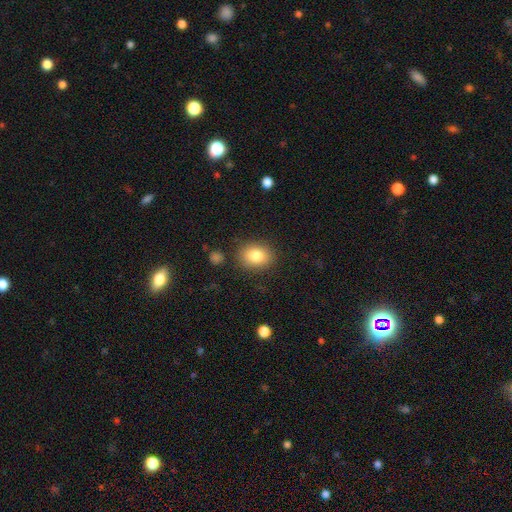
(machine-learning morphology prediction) type=smooth (82%); roundness=in between (55%); merging=none (85%).